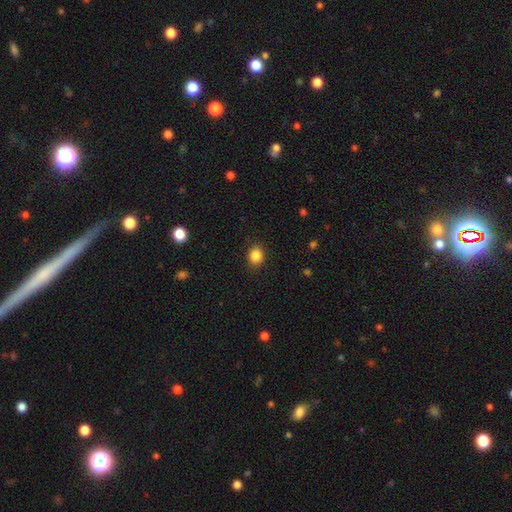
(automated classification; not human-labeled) A smooth galaxy with no disk features (86%) that is round (62%). Merging: none (89%).